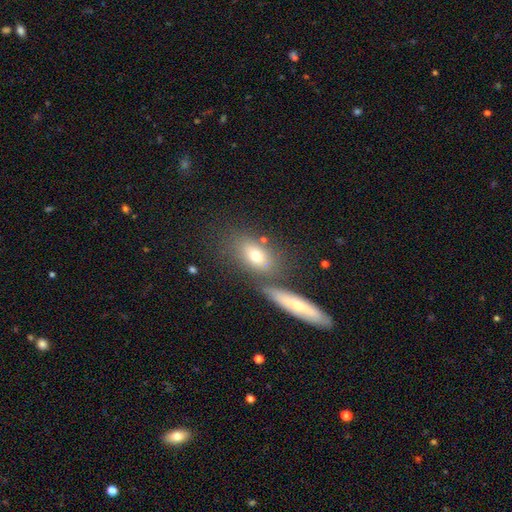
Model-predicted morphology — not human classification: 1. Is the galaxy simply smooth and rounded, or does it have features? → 68% smooth, 21% featured or disk, 11% star or artifact.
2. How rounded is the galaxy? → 73% in between, 16% round, 11% cigar-shaped.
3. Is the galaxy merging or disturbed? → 64% none, 18% merger, 13% minor disturbance, 5% major disturbance.